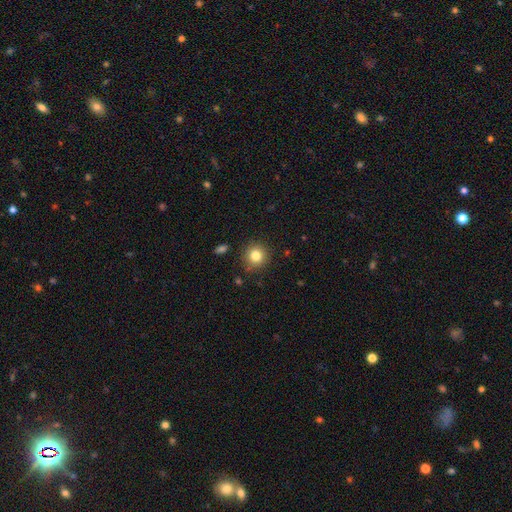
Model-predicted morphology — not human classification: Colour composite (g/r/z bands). It shows a smooth galaxy with no disk features (81%) that is round (93%). Merging: none (88%).